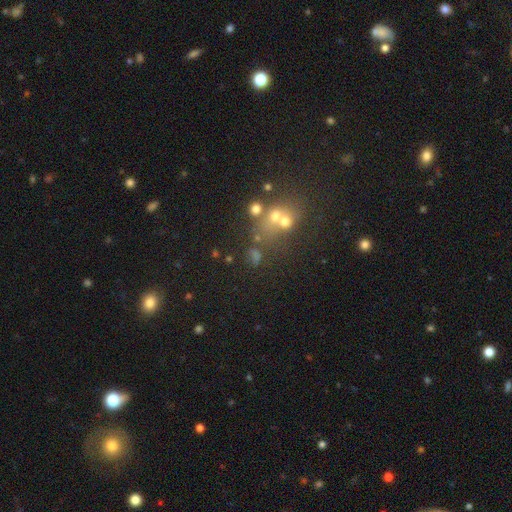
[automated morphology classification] Q: Smooth or featured?
A: smooth (45%); runner-up: star or artifact (36%)
Q: Merging?
A: none (45%); runner-up: merger (36%)